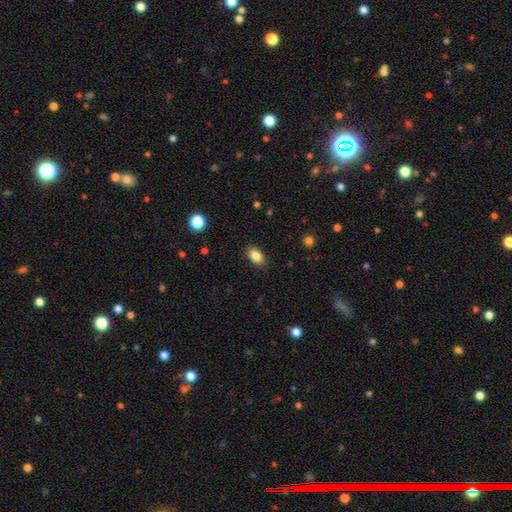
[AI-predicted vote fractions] The model was most divided on "smooth or featured": smooth: 85%, star or artifact: 8%, featured or disk: 7%. More confident: how rounded — in between (89%); merging — none (88%).